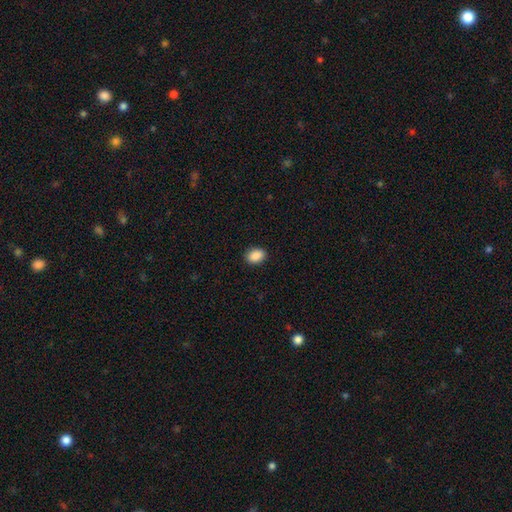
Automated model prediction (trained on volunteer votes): A smooth galaxy with no disk features (90%) that is in between round and cigar-shaped (78%).

Vote fractions:
- Smooth or featured? smooth: 90% / star or artifact: 8% / featured or disk: 2%
- How rounded? in between: 78% / round: 21% / cigar-shaped: 1%
- Merging? none: 89% / minor disturbance: 8% / major disturbance: 2% / merger: 1%